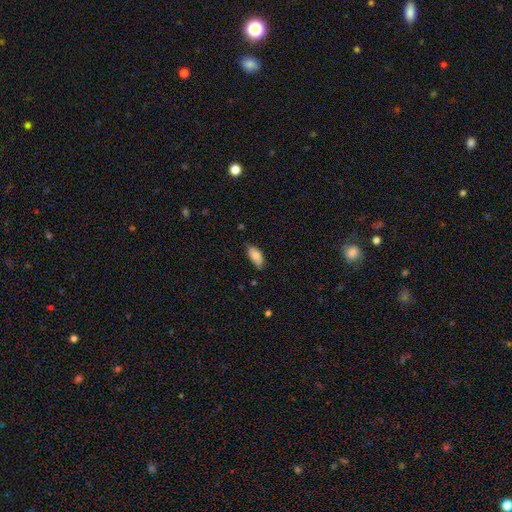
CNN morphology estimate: smooth_or_featured: smooth (p=0.85) [alt: featured or disk p=0.09]
how_rounded: in between (p=0.90) [alt: cigar-shaped p=0.08]
merging: none (p=0.74) [alt: minor disturbance p=0.22]